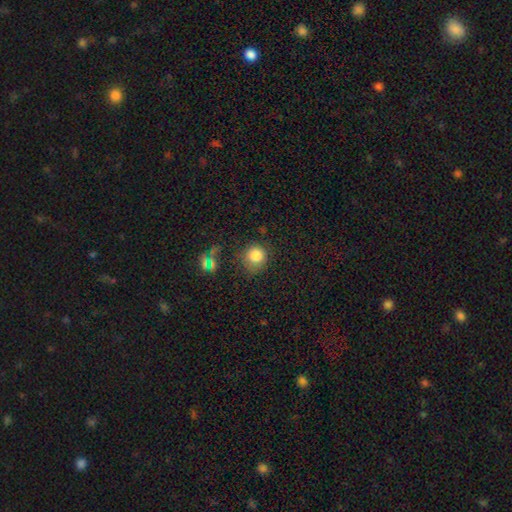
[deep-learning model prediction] Smooth or featured: smooth — 80% (star or artifact — 14%)
How rounded: round — 87% (in between — 12%)
Merging: none — 70% (minor disturbance — 19%)